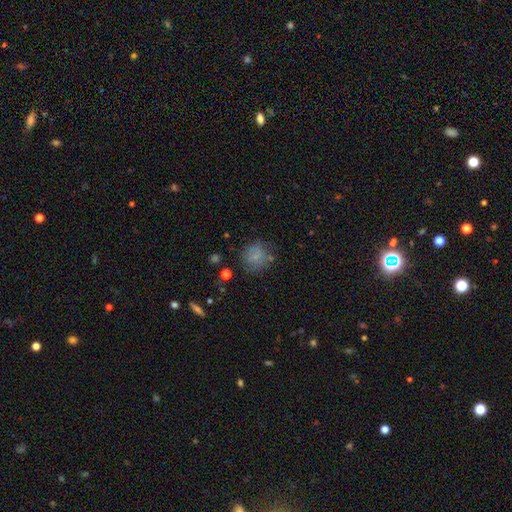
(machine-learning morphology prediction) Overall: smooth (72%). How rounded: round (81%). Merging: none (69%).